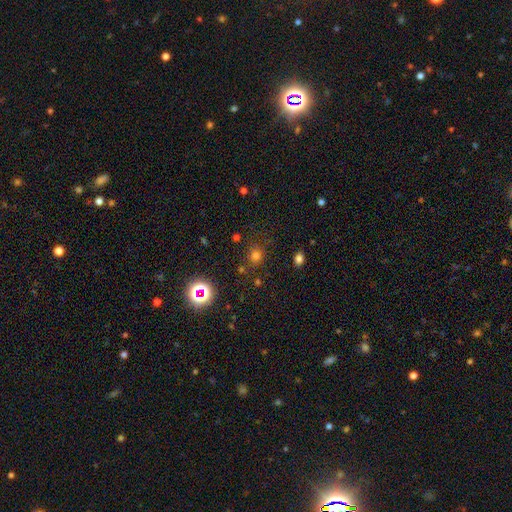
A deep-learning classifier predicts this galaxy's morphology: smooth 68%, star or artifact 25%, featured or disk 7%. Down the decision tree: how rounded — round (80%); merging — none (78%).